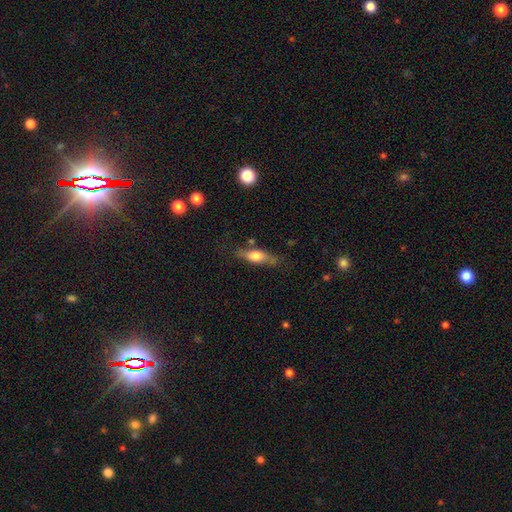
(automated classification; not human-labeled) A smooth galaxy with no disk features (63%) that is in between round and cigar-shaped (56%). Merging: none (66%).